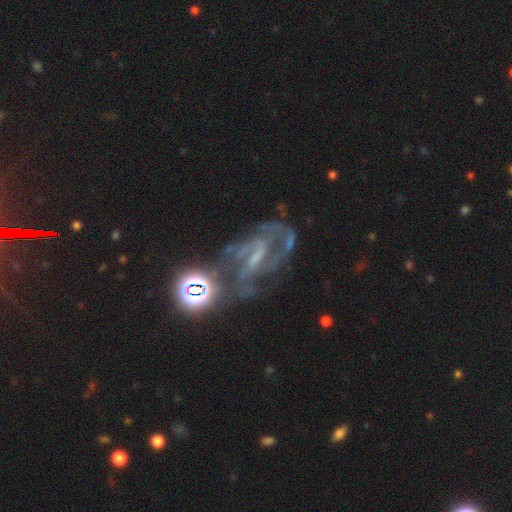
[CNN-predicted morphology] This appears to be a featured or disk galaxy (78%) with a weak bar (44%), 2 (44%) medium (51%) spiral arms (91%) and a small central bulge (46%). Merging: none (51%).